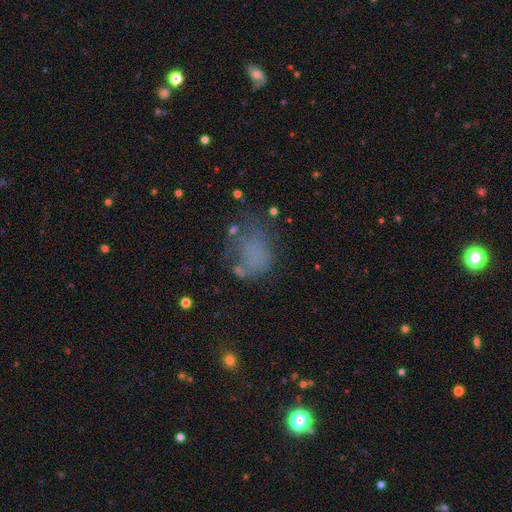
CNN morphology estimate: Q: Smooth or featured?
A: smooth (55%); runner-up: featured or disk (27%)
Q: How rounded?
A: in between (60%); runner-up: round (38%)
Q: Merging?
A: none (38%); runner-up: major disturbance (33%)